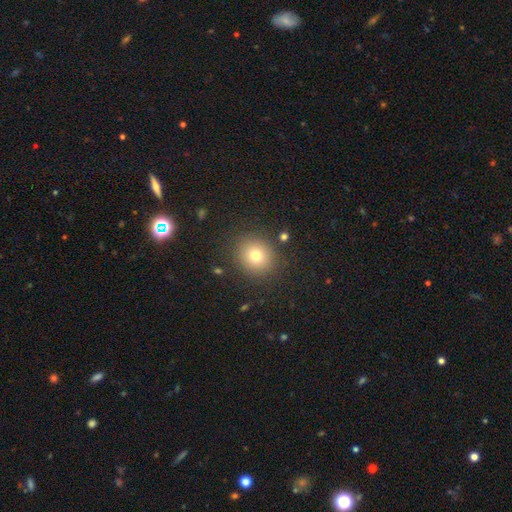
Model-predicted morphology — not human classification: A smooth galaxy with no disk features (76%) that is round (84%). Merging: none (87%).